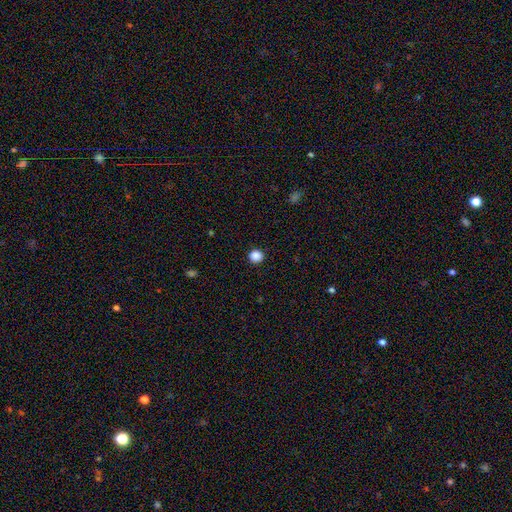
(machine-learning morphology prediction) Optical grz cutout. It shows a smooth galaxy with no disk features (88%) that is round (88%). Merging: none (92%).